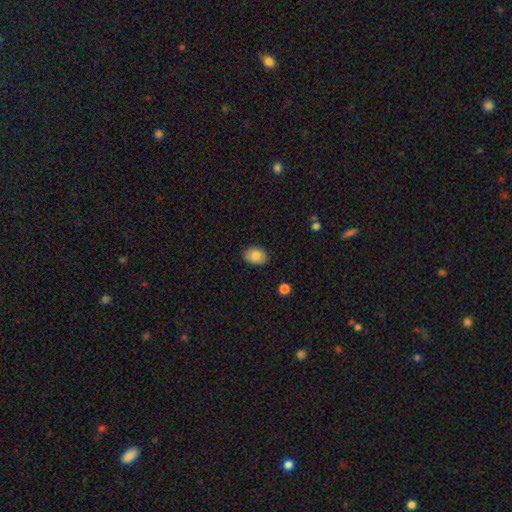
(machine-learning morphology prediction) The model was most divided on "how rounded": in between: 72%, round: 27%, cigar-shaped: 1%. More confident: merging — none (86%); smooth or featured — smooth (84%).